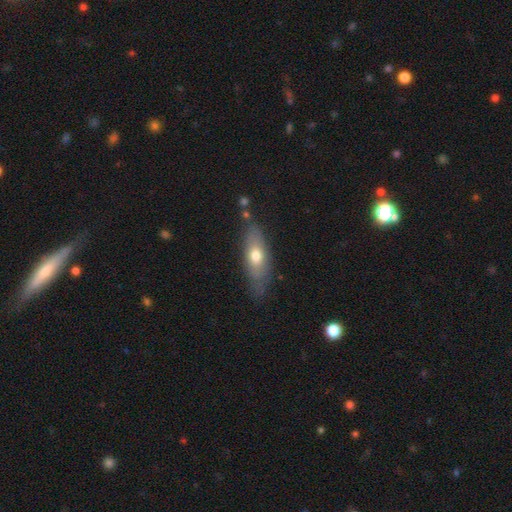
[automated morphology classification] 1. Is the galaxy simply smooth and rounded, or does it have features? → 62% smooth, 32% featured or disk, 6% star or artifact.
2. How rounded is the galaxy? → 66% in between, 30% cigar-shaped, 4% round.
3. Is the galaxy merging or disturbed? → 72% none, 20% minor disturbance, 6% major disturbance, 3% merger.